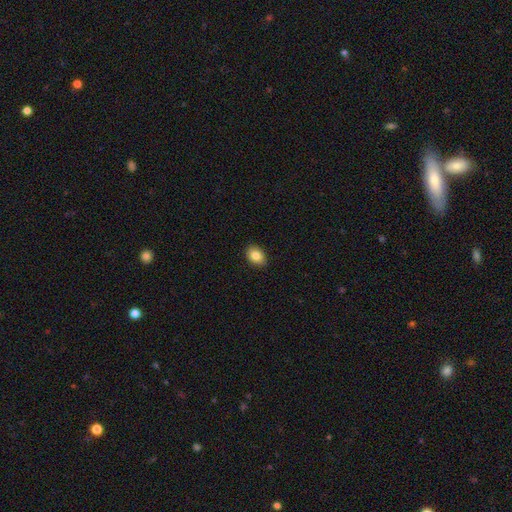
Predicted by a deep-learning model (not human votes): smooth 85%, star or artifact 8%, featured or disk 7%. Down the decision tree: how rounded — in between (79%); merging — none (90%).